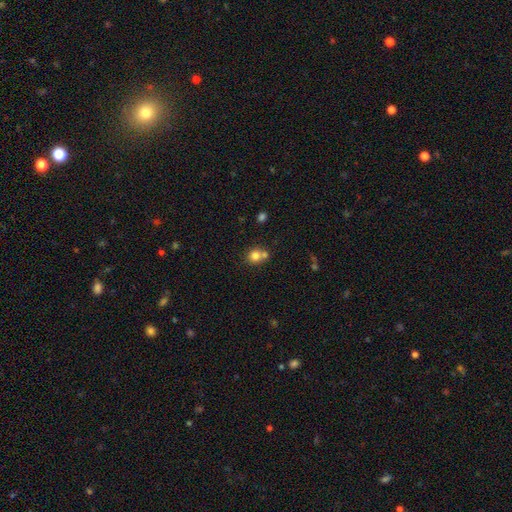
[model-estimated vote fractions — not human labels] Q: Smooth or featured?
A: smooth (78%); runner-up: star or artifact (11%)
Q: How rounded?
A: round (81%); runner-up: in between (18%)
Q: Merging?
A: none (47%); runner-up: merger (42%)